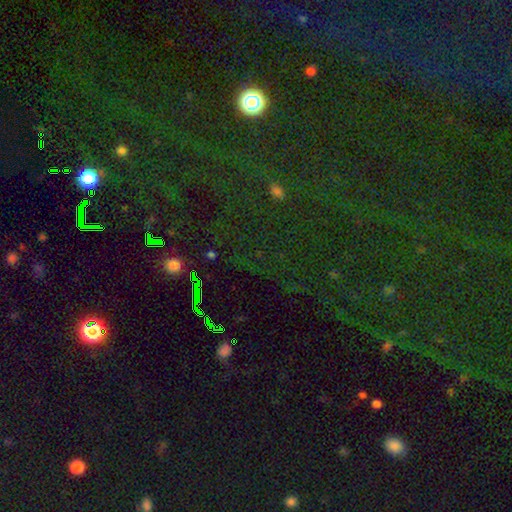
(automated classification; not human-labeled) This appears to be a star or artifact, not a galaxy (81%).